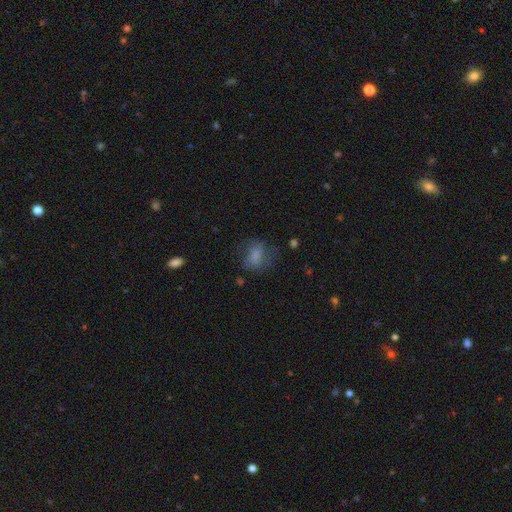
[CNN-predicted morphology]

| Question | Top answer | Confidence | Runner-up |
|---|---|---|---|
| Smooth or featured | smooth | 72% | featured or disk (16%) |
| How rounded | in between | 66% | round (32%) |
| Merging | none | 55% | minor disturbance (24%) |